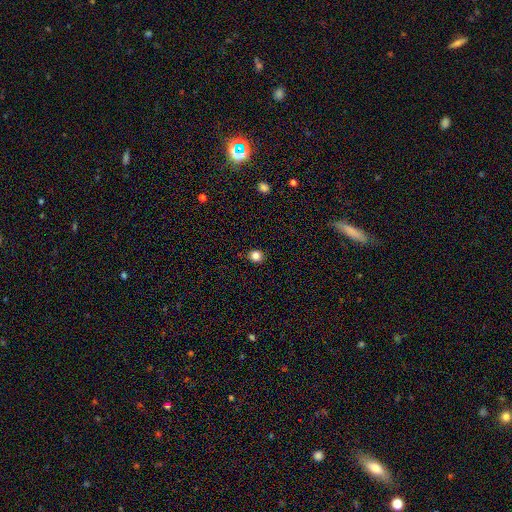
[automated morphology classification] Smooth or featured? Predicted: smooth (p=0.84). How rounded? Predicted: round (p=0.89). Merging? Predicted: none (p=0.90).